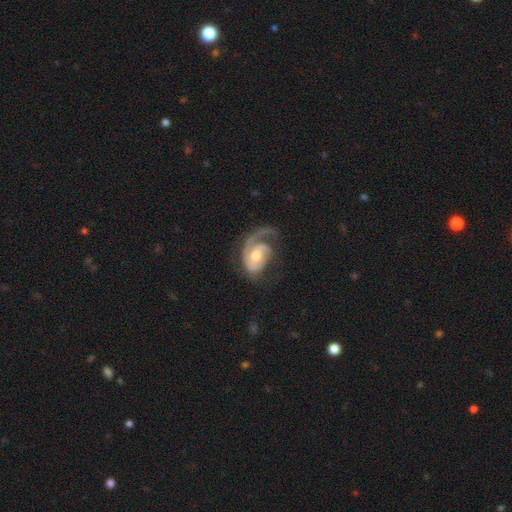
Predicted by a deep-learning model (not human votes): The model was most divided on "spiral winding": medium: 40%, tight: 38%, loose: 22%. Remaining: edge-on disk — no (97%); spiral arms — yes (95%); smooth or featured — featured or disk (86%); spiral arm count — 1 (67%); bulge size — moderate (67%); bar — no (52%); merging — none (47%).